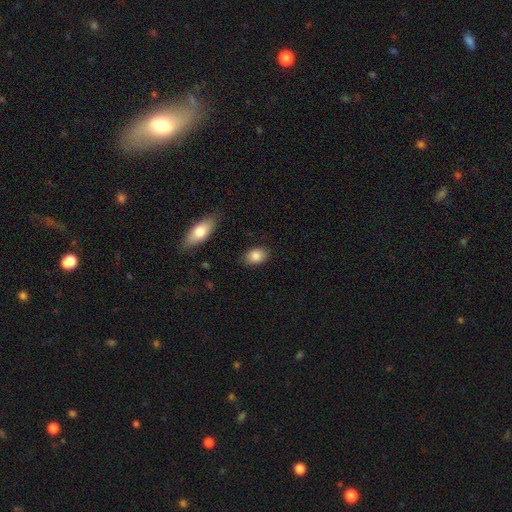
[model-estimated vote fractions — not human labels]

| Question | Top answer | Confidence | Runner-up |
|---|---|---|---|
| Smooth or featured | smooth | 86% | star or artifact (7%) |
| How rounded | in between | 78% | round (20%) |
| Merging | none | 84% | minor disturbance (12%) |